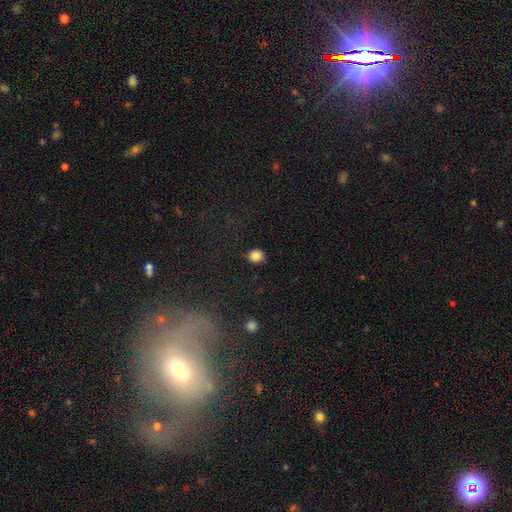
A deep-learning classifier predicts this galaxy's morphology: Q: Smooth or featured?
A: smooth (85%); runner-up: star or artifact (11%)
Q: How rounded?
A: round (78%); runner-up: in between (21%)
Q: Merging?
A: none (87%); runner-up: minor disturbance (9%)